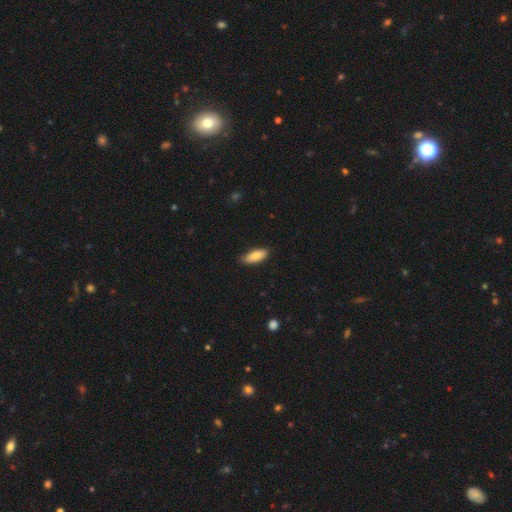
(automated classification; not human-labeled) smooth_or_featured: smooth (p=0.83) [alt: featured or disk p=0.11]
how_rounded: in between (p=0.75) [alt: cigar-shaped p=0.23]
merging: none (p=0.79) [alt: minor disturbance p=0.18]